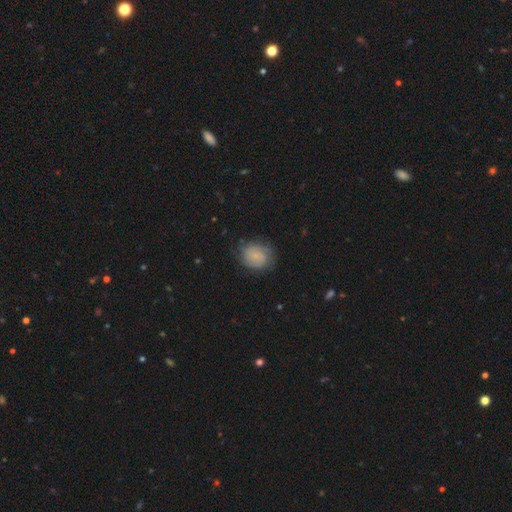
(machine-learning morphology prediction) A smooth galaxy with no disk features (53%) that is round (66%).

Vote fractions:
- Smooth or featured? smooth: 53% / featured or disk: 38% / star or artifact: 9%
- How rounded? round: 66% / in between: 33% / cigar-shaped: 1%
- Merging? none: 74% / minor disturbance: 19% / major disturbance: 7% / merger: 1%